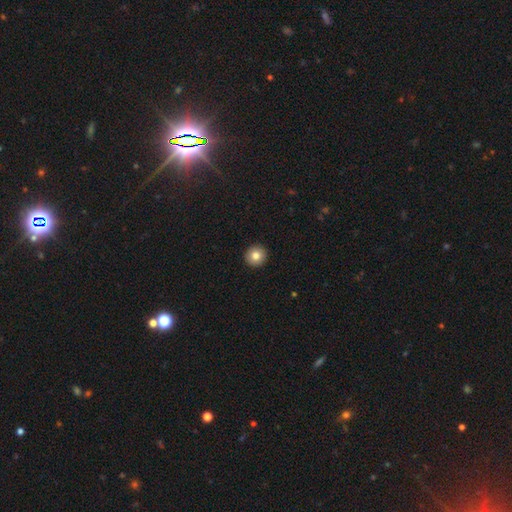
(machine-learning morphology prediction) Smooth or featured?
  - smooth: 82% *
  - star or artifact: 9%
  - featured or disk: 9%
How rounded?
  - round: 95% *
  - in between: 4%
  - cigar-shaped: 1%
Merging?
  - none: 94% *
  - minor disturbance: 4%
  - major disturbance: 1%
  - merger: 1%